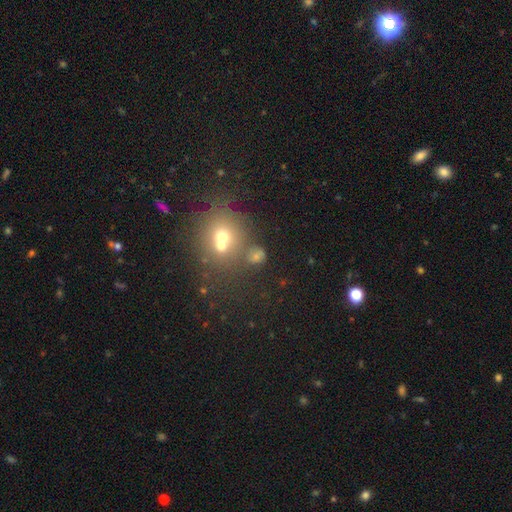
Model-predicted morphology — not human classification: Q: Smooth or featured?
A: smooth (62%); runner-up: star or artifact (21%)
Q: How rounded?
A: round (64%); runner-up: in between (34%)
Q: Merging?
A: none (47%); runner-up: merger (35%)